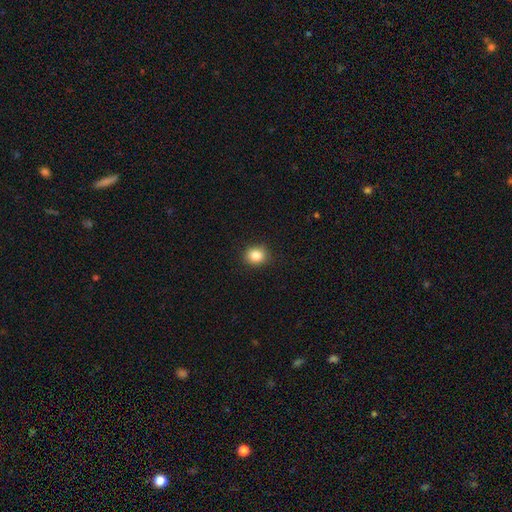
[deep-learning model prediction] Smooth or featured: smooth — 84% (star or artifact — 10%)
How rounded: round — 73% (in between — 26%)
Merging: none — 90% (minor disturbance — 7%)